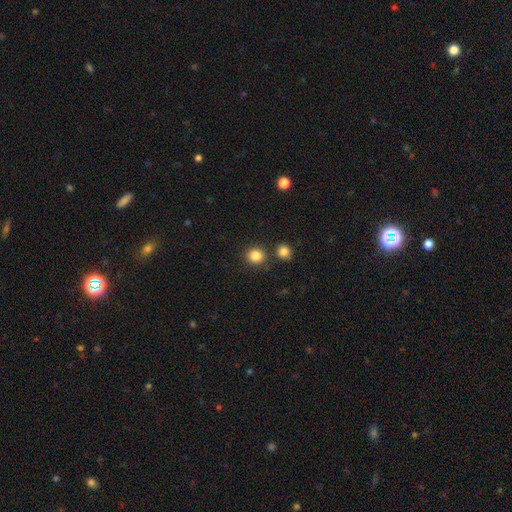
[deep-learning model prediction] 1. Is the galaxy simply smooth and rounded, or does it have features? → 85% smooth, 11% star or artifact, 4% featured or disk.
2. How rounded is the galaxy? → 89% round, 10% in between, 1% cigar-shaped.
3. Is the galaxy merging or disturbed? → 83% none, 8% merger, 7% minor disturbance, 2% major disturbance.